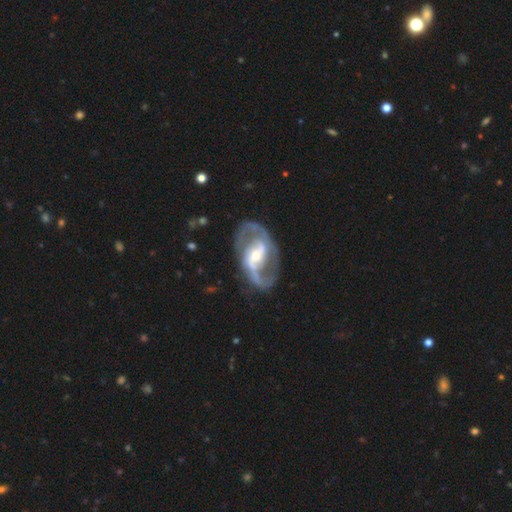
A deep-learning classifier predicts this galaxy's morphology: smooth-or-featured: featured or disk: 89% | smooth: 7% | star or artifact: 5%
  disk-edge-on: no: 97% | yes: 3%
    bar: weak: 40% | strong: 34% | no: 26%
    has-spiral-arms: yes: 92% | no: 8%
      spiral-winding: medium: 52% | loose: 29% | tight: 19%
      spiral-arm-count: 2: 88% | can't tell: 5% | 1: 3% | 3: 2% | 4: 1% | more than 4: 1%
    bulge-size: moderate: 50% | small: 43% | large: 5% | none: 1% | dominant: 1%
  merging: none: 73% | minor disturbance: 15% | major disturbance: 10% | merger: 2%